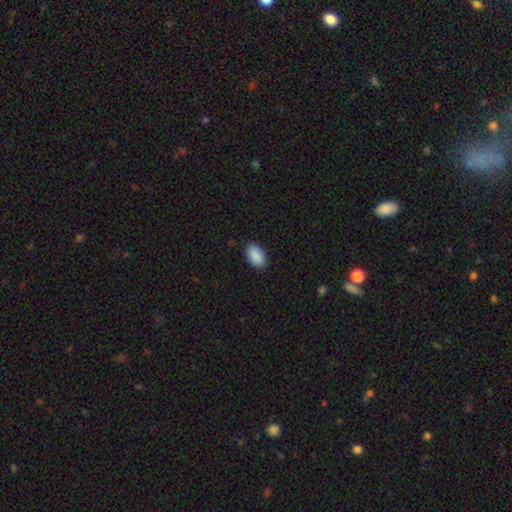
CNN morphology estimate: A smooth galaxy with no disk features (91%) that is in between round and cigar-shaped (95%).

Vote fractions:
- Smooth or featured? smooth: 91% / star or artifact: 6% / featured or disk: 3%
- How rounded? in between: 95% / round: 4% / cigar-shaped: 1%
- Merging? none: 88% / minor disturbance: 9% / major disturbance: 2% / merger: 1%